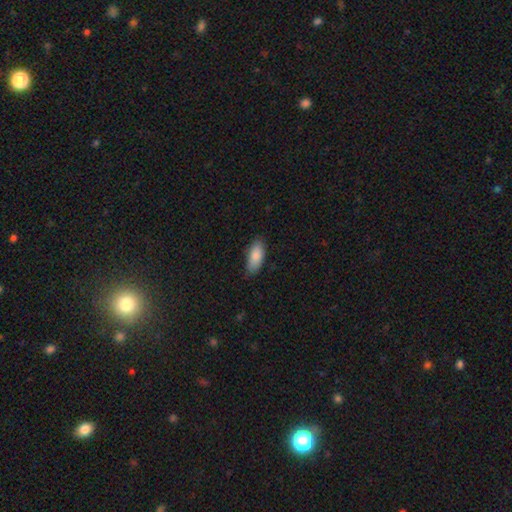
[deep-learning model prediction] smooth_or_featured: smooth (p=0.87) [alt: featured or disk p=0.07]
how_rounded: in between (p=0.86) [alt: cigar-shaped p=0.12]
merging: none (p=0.80) [alt: minor disturbance p=0.16]